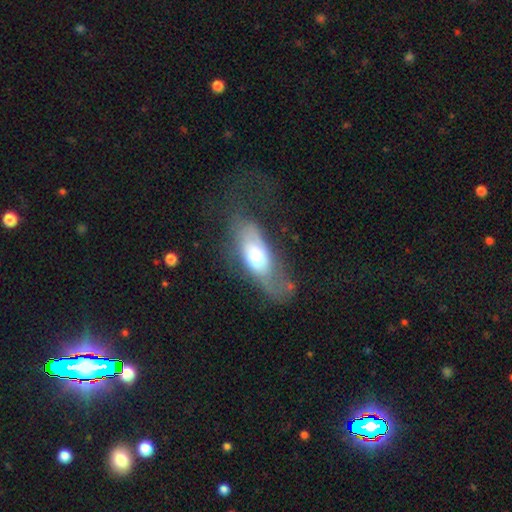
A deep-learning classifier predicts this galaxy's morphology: Smooth or featured? Predicted: smooth (p=0.50). Merging? Predicted: major disturbance (p=0.39).